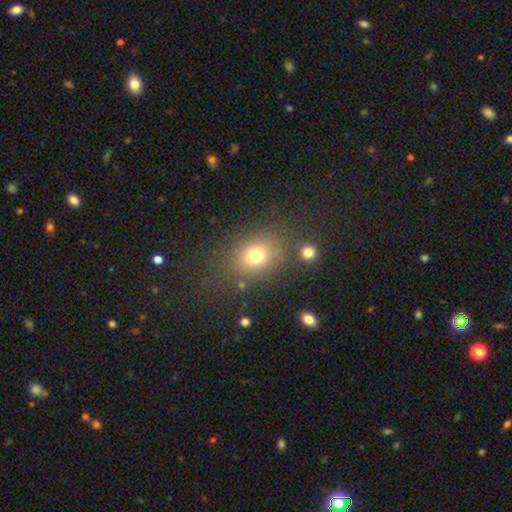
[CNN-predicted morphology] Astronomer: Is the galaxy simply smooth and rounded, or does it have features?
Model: smooth — 74%.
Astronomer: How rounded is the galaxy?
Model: round — 50% (runner-up: in between, 48%).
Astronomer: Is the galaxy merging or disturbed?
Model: none — 75%.